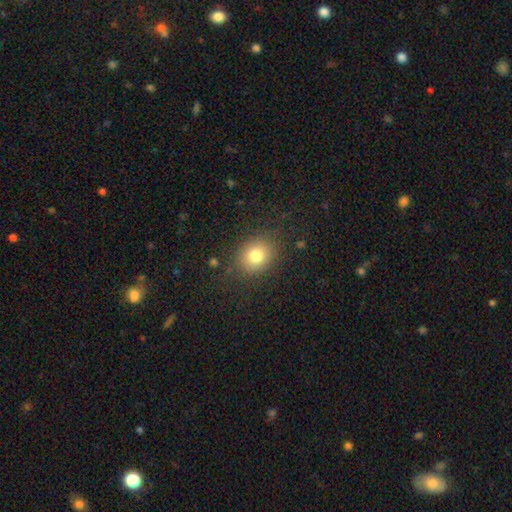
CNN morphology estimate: This appears to be a smooth galaxy with no disk features (78%) that is round (53%). Merging: none (82%).